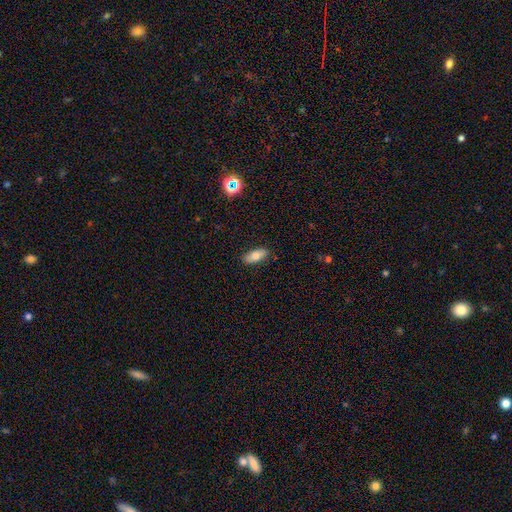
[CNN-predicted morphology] This appears to be a smooth galaxy with no disk features (74%) that is in between round and cigar-shaped (83%). Merging: none (87%).